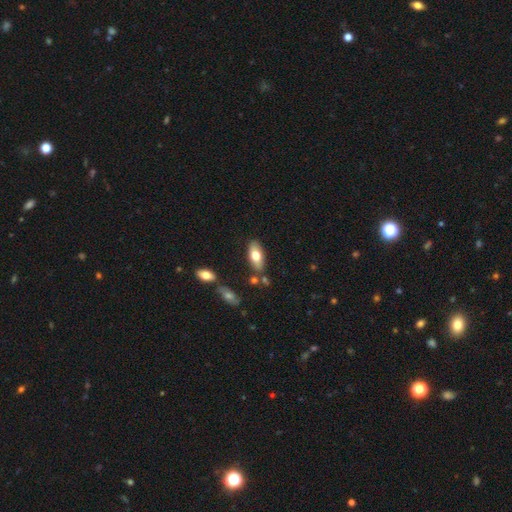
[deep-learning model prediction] smooth 70%, featured or disk 24%, star or artifact 6%. Down the decision tree: how rounded — in between (84%); merging — none (78%).